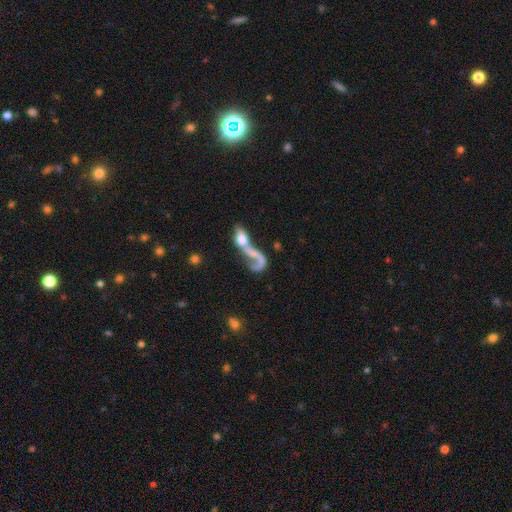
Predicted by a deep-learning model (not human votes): Overall: featured or disk (60%; smooth 30%). Edge-on disk: no (91%). Bar: no (66%). Spiral arms: yes (59%; no 41%). Bulge size: none (33%; small 28%). Merging: merger (62%).